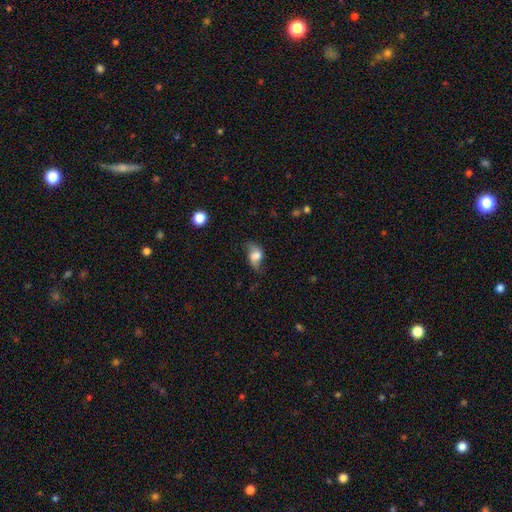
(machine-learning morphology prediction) smooth 56%, featured or disk 34%, star or artifact 10%. Down the decision tree: how rounded — in between (80%); merging — none (51%).